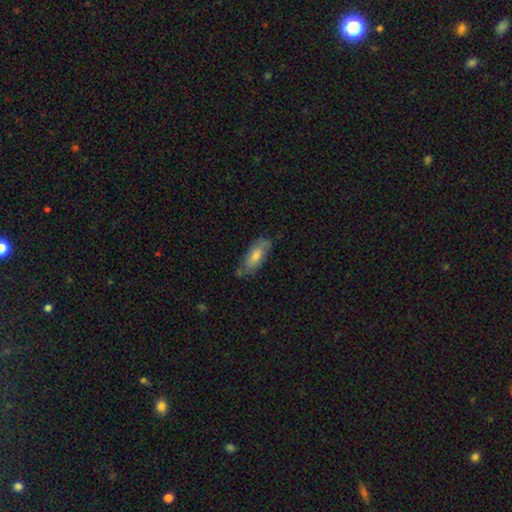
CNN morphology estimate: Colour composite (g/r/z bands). It shows a smooth galaxy with no disk features (59%) that is in between round and cigar-shaped (72%). Merging: none (69%).